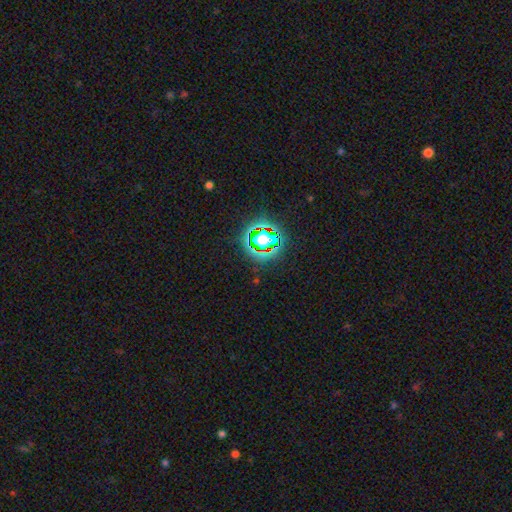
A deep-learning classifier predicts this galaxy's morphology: type=star or artifact (82%).